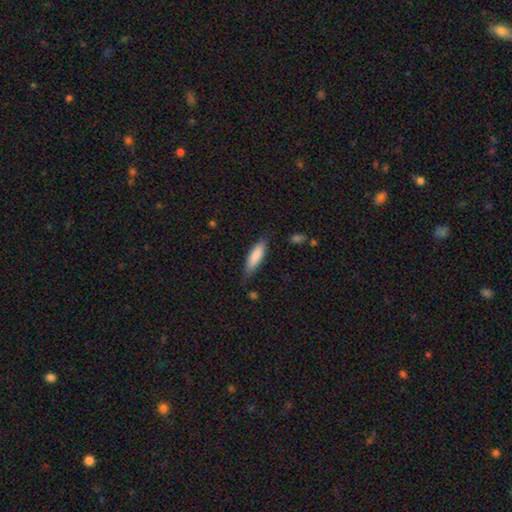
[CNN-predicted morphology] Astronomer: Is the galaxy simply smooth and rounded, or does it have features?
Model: smooth — 83%.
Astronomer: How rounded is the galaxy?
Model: cigar-shaped — 57% (runner-up: in between, 41%).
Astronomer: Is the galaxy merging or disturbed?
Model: none — 72%.